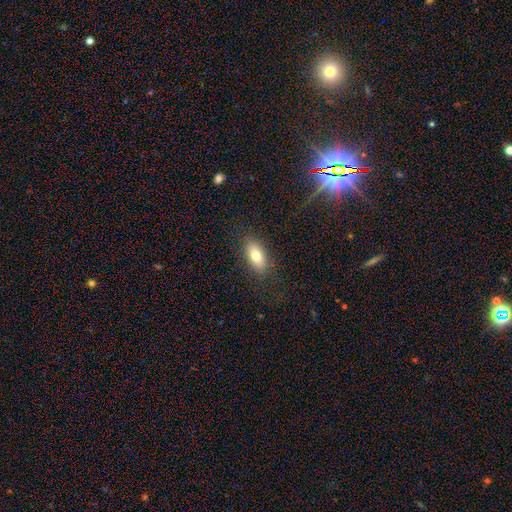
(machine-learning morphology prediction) Smooth or featured: smooth — 77% (featured or disk — 15%)
How rounded: in between — 86% (cigar-shaped — 10%)
Merging: none — 84% (minor disturbance — 11%)